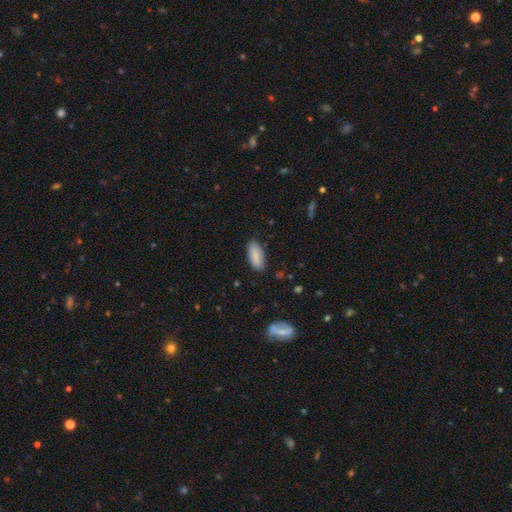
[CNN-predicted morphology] Q: Smooth or featured?
A: smooth (88%); runner-up: star or artifact (6%)
Q: How rounded?
A: in between (83%); runner-up: cigar-shaped (15%)
Q: Merging?
A: none (84%); runner-up: minor disturbance (12%)